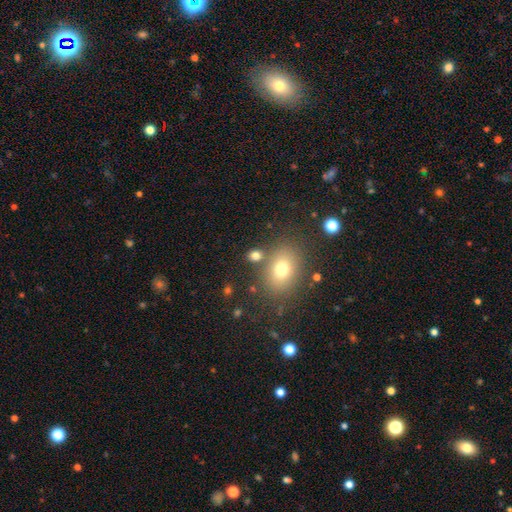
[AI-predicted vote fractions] smooth-or-featured: smooth: 74% | star or artifact: 15% | featured or disk: 11%
  how-rounded: in between: 56% | round: 41% | cigar-shaped: 2%
  merging: none: 73% | minor disturbance: 11% | merger: 11% | major disturbance: 5%